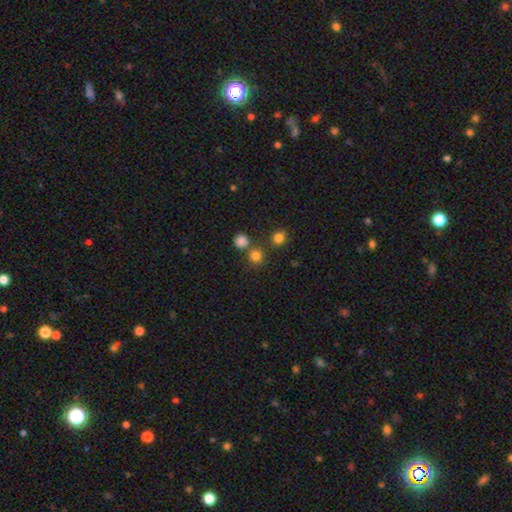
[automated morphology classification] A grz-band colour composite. It shows a smooth galaxy with no disk features (79%) that is round (89%). Merging: none (69%).